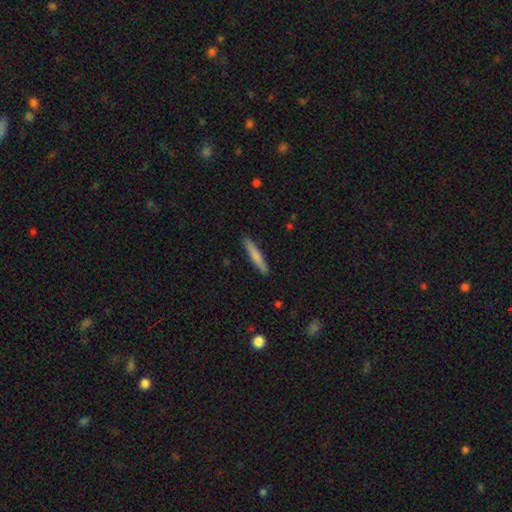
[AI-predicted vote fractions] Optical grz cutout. It shows a smooth galaxy with no disk features (73%) that is cigar-shaped (94%). Merging: none (90%).